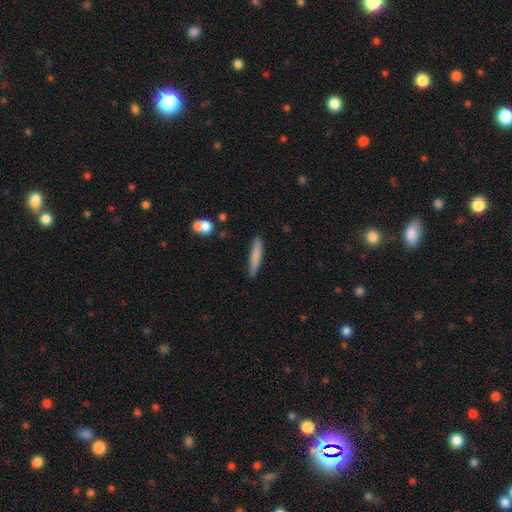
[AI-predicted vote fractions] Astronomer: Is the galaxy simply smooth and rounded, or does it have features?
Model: smooth — 74%.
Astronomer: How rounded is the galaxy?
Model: cigar-shaped — 92%.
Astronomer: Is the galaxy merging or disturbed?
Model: none — 85%.